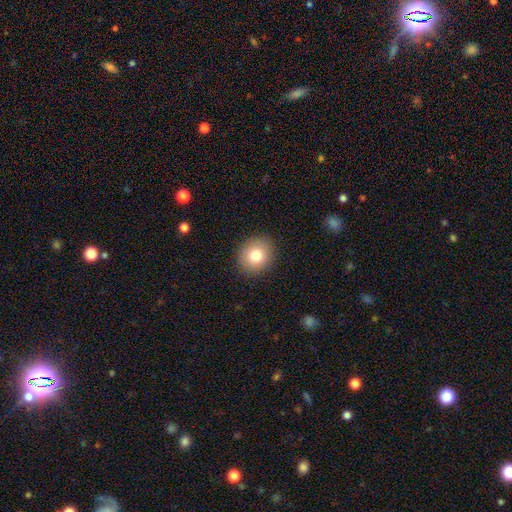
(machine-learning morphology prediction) Smooth or featured? Predicted: smooth (p=0.80). How rounded? Predicted: round (p=0.83). Merging? Predicted: none (p=0.90).